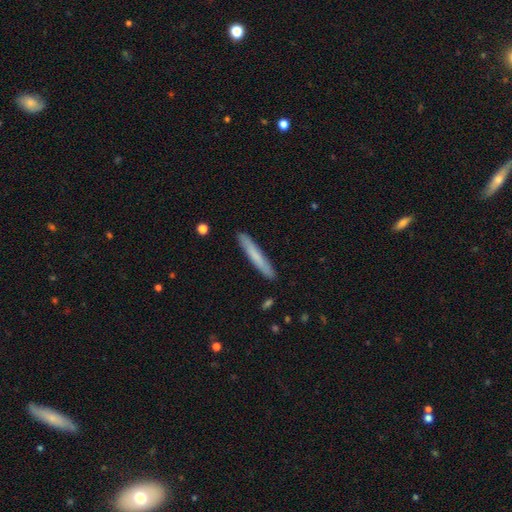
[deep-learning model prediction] Overall: smooth (71%). How rounded: cigar-shaped (95%). Merging: none (91%).